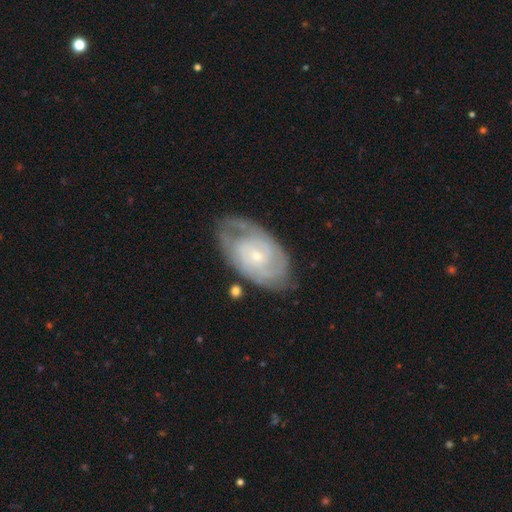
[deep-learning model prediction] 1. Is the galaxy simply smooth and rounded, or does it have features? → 79% featured or disk, 15% smooth, 6% star or artifact.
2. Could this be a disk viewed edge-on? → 95% no, 5% yes.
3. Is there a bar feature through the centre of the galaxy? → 75% no, 21% weak, 4% strong.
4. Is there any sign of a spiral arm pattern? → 89% yes, 11% no.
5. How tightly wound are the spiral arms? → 65% tight, 27% medium, 7% loose.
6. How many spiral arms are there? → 42% can't tell, 29% 2, 14% 3, 6% 4, 5% 1, 4% more than 4.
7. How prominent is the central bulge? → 75% small, 21% moderate, 1% none, 1% large, 1% dominant.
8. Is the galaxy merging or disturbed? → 69% none, 21% minor disturbance, 8% major disturbance, 2% merger.